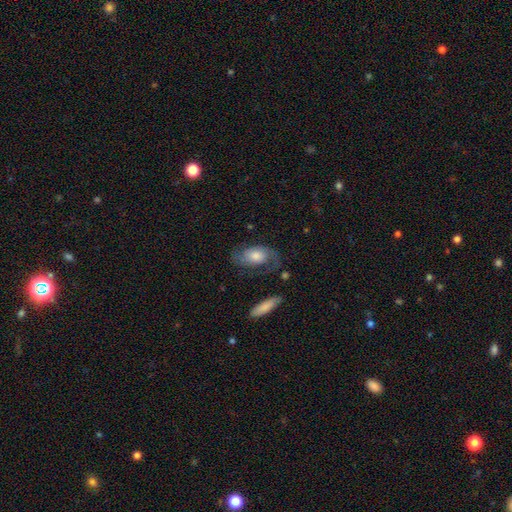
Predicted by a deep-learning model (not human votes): This appears to be a featured or disk galaxy (65%) with no bar (70%), 2 (79%) medium (45%) spiral arms (90%) and a moderate central bulge (42%). Merging: none (61%).